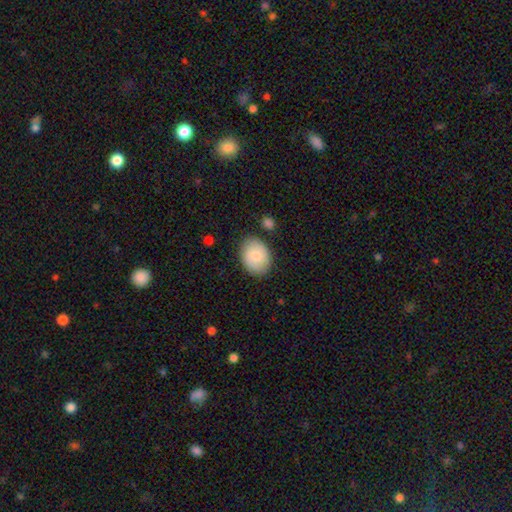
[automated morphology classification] Smooth or featured: smooth — 78% (featured or disk — 16%)
How rounded: in between — 64% (round — 35%)
Merging: none — 80% (minor disturbance — 13%)